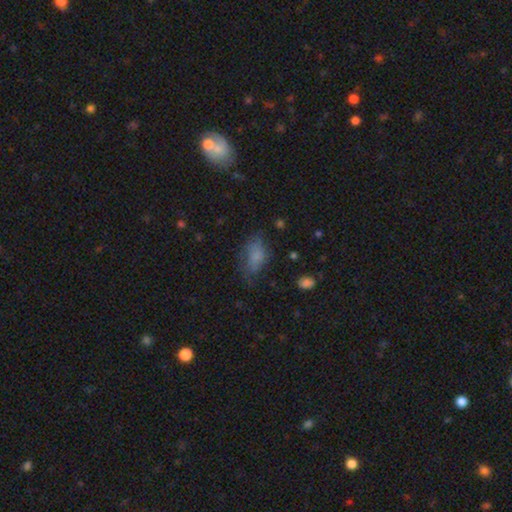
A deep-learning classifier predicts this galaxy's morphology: smooth-or-featured: smooth: 73% | featured or disk: 16% | star or artifact: 12%
  how-rounded: in between: 88% | round: 7% | cigar-shaped: 5%
  merging: none: 53% | minor disturbance: 29% | major disturbance: 16% | merger: 2%